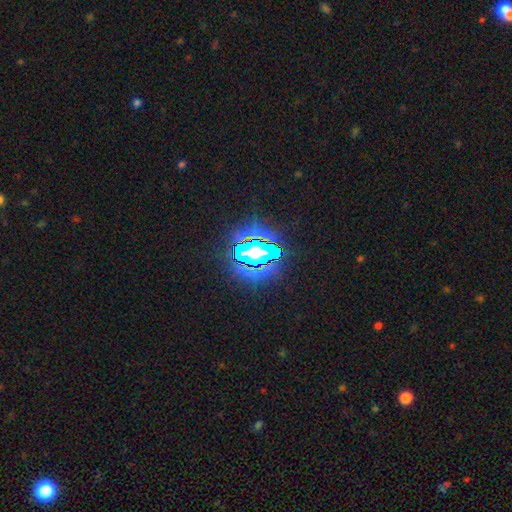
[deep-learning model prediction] smooth_or_featured: star or artifact (p=0.81) [alt: smooth p=0.11]